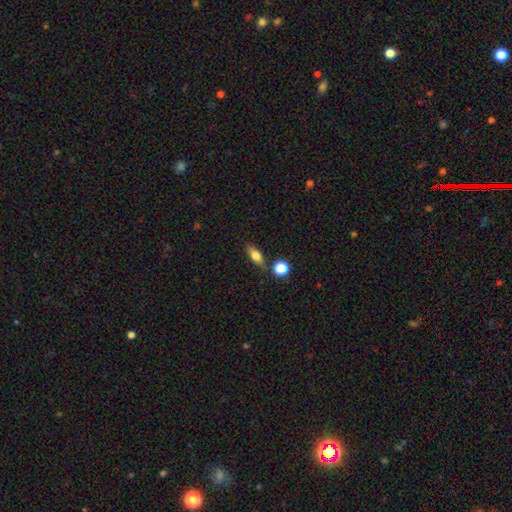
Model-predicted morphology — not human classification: Q: Smooth or featured?
A: smooth (64%); runner-up: featured or disk (26%)
Q: How rounded?
A: in between (65%); runner-up: cigar-shaped (24%)
Q: Merging?
A: none (75%); runner-up: minor disturbance (13%)